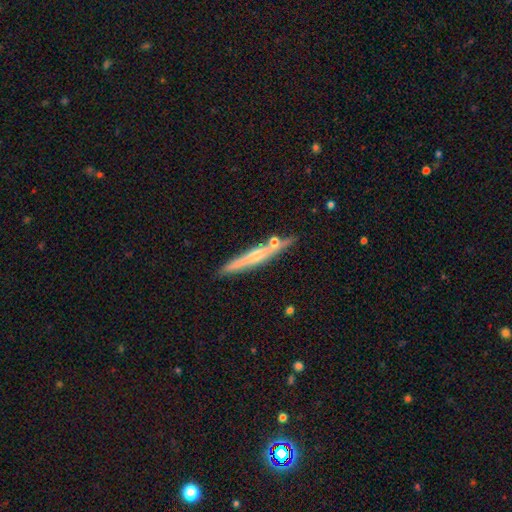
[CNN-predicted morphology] A featured or disk galaxy (56%) viewed edge-on (95%) with no central bulge (48%). Merging: none (80%).